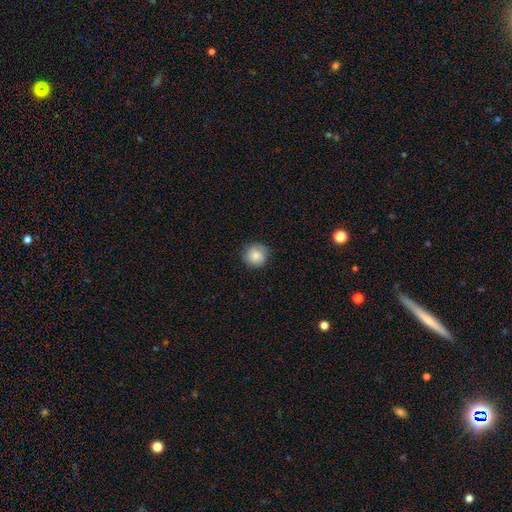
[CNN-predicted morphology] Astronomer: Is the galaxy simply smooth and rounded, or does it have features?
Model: smooth — 82%.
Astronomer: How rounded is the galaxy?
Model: round — 92%.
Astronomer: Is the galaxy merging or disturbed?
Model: none — 81%.